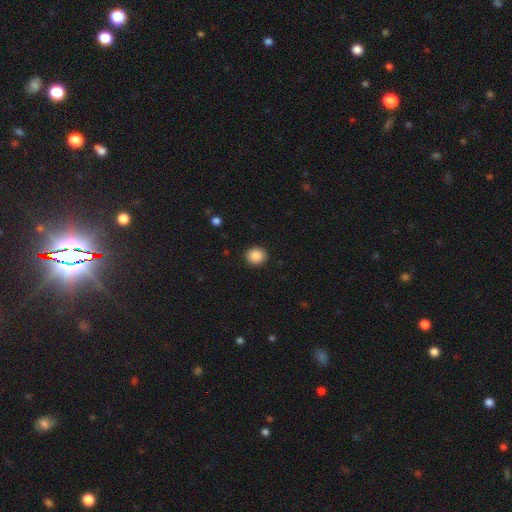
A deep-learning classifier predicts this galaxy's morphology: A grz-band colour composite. It shows a smooth galaxy with no disk features (88%) that is round (80%). Merging: none (92%).